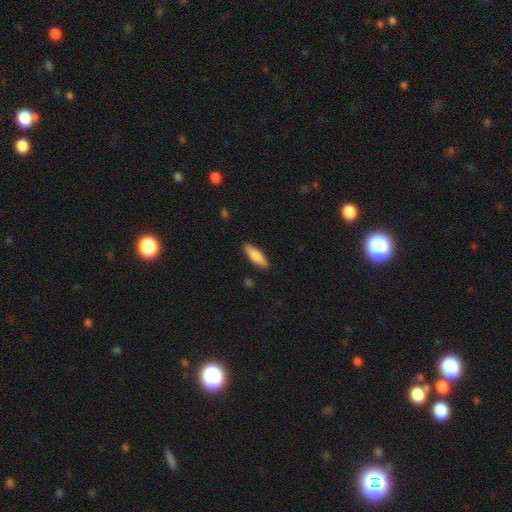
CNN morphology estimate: This appears to be a smooth galaxy with no disk features (75%) that is cigar-shaped (55%). Merging: none (88%).